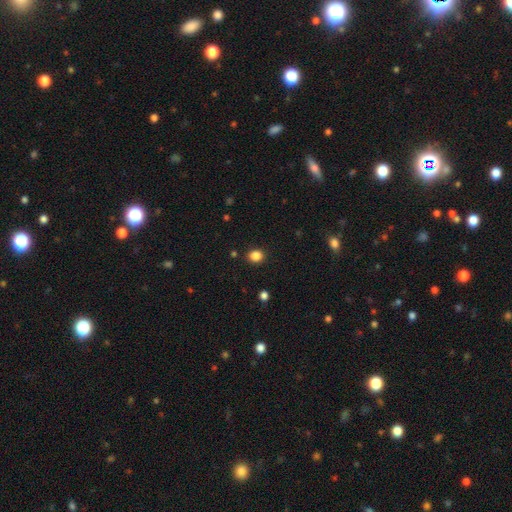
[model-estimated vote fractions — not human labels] smooth_or_featured: smooth (p=0.85) [alt: star or artifact p=0.11]
how_rounded: round (p=0.75) [alt: in between p=0.25]
merging: none (p=0.90) [alt: minor disturbance p=0.07]